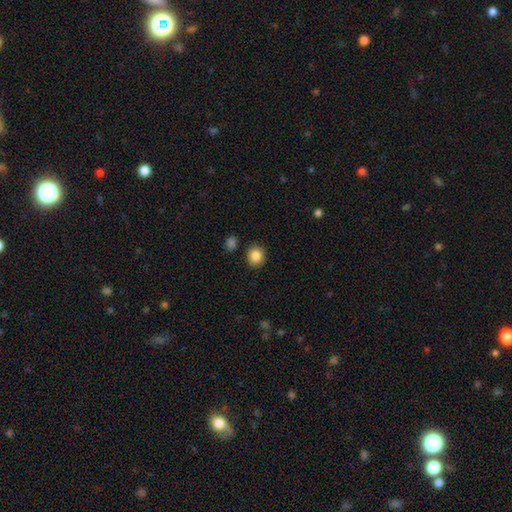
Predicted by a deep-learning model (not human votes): A smooth galaxy with no disk features (86%) that is round (79%).

Vote fractions:
- Smooth or featured? smooth: 86% / star or artifact: 9% / featured or disk: 5%
- How rounded? round: 79% / in between: 20% / cigar-shaped: 1%
- Merging? none: 87% / minor disturbance: 8% / merger: 3% / major disturbance: 2%